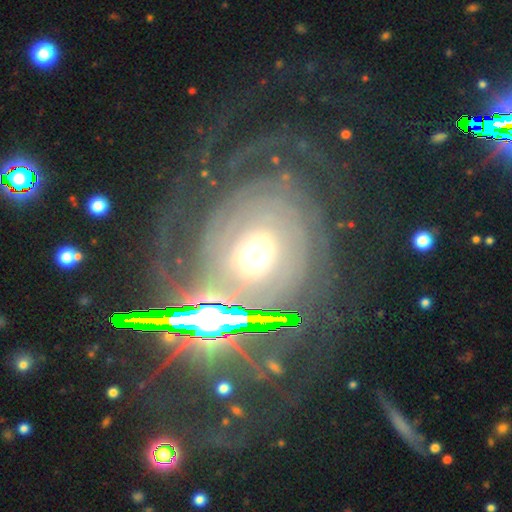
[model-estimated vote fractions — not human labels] Smooth or featured? featured or disk (60%)
Edge-on disk? no (95%)
Bar? no (67%)
Spiral arms? yes (65%)
Bulge size? moderate (58%)
Merging? none (58%)